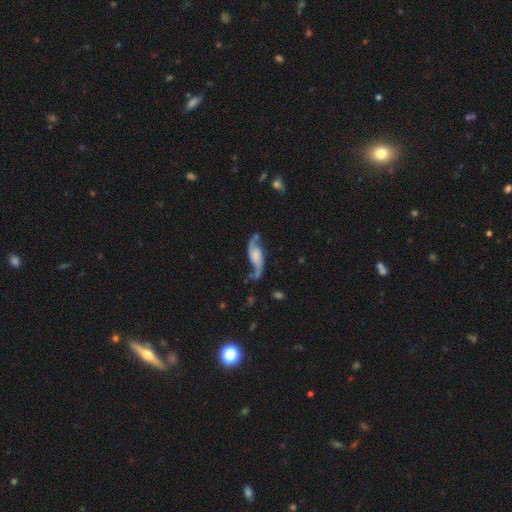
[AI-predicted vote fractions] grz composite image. It shows a featured or disk galaxy (80%) with no bar (52%), 2 (91%) loose (73%) spiral arms (95%) and no central bulge (40%). Merging: none (60%).